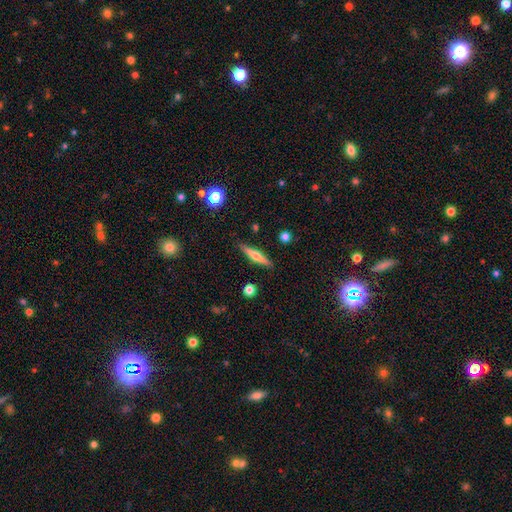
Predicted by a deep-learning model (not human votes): Smooth or featured? Predicted: featured or disk (p=0.52). Edge-on disk? Predicted: yes (p=0.95). Merging? Predicted: none (p=0.88).